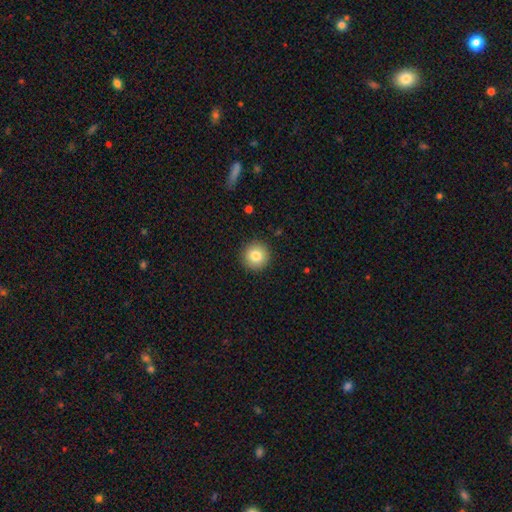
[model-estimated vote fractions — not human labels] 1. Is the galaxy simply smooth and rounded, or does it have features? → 83% smooth, 9% star or artifact, 8% featured or disk.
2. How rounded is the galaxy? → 95% round, 4% in between, 1% cigar-shaped.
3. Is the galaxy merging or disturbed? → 92% none, 5% minor disturbance, 2% major disturbance, 1% merger.